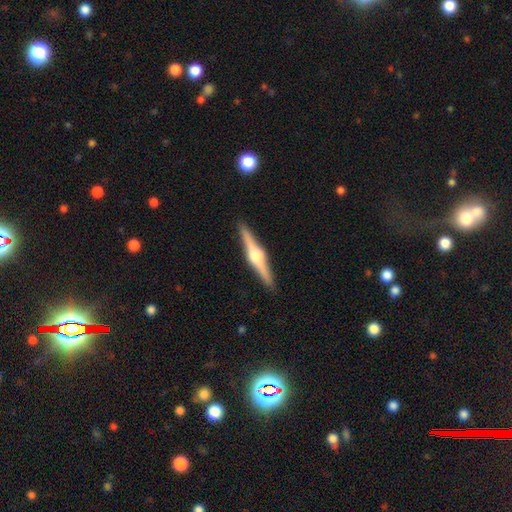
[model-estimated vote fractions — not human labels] Smooth or featured? Predicted: featured or disk (p=0.78). Edge-on disk? Predicted: yes (p=0.98). Edge-on bulge? Predicted: rounded (p=0.93). Merging? Predicted: none (p=0.92).